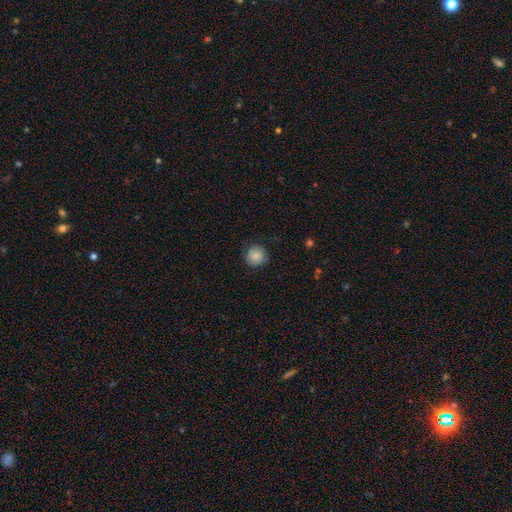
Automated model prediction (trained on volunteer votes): A smooth galaxy with no disk features (79%) that is round (91%).

Vote fractions:
- Smooth or featured? smooth: 79% / featured or disk: 13% / star or artifact: 8%
- How rounded? round: 91% / in between: 8% / cigar-shaped: 1%
- Merging? none: 82% / minor disturbance: 13% / major disturbance: 3% / merger: 1%